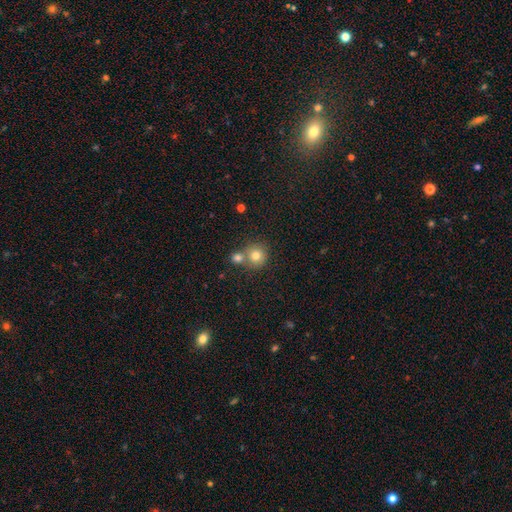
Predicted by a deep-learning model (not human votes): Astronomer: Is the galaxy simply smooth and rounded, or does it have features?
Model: smooth — 78%.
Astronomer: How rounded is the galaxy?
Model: round — 89%.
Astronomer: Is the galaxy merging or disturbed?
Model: none — 55% (runner-up: merger, 35%).